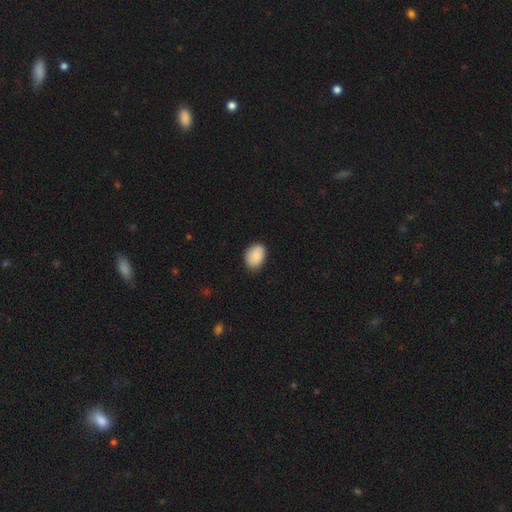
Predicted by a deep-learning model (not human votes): This appears to be a smooth galaxy with no disk features (89%) that is in between round and cigar-shaped (79%). Merging: none (84%).